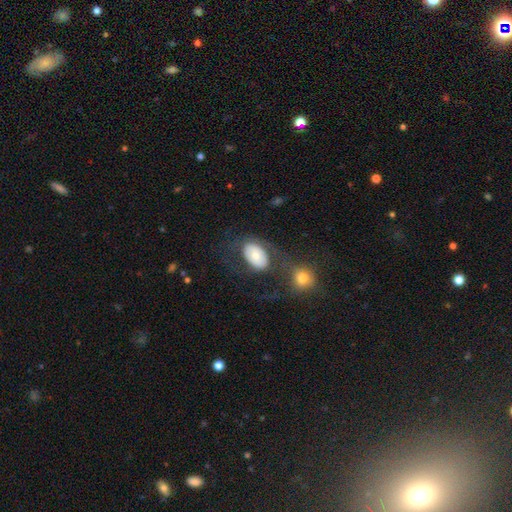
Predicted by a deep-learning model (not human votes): smooth-or-featured: smooth: 67% | featured or disk: 26% | star or artifact: 7%
  how-rounded: in between: 89% | round: 10% | cigar-shaped: 1%
  merging: none: 49% | merger: 22% | minor disturbance: 15% | major disturbance: 14%